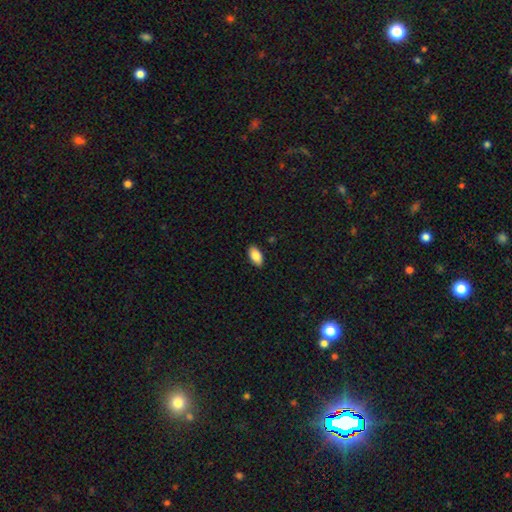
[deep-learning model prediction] Smooth or featured?
  - smooth: 86% *
  - star or artifact: 7%
  - featured or disk: 7%
How rounded?
  - in between: 94% *
  - cigar-shaped: 3%
  - round: 3%
Merging?
  - none: 89% *
  - minor disturbance: 8%
  - major disturbance: 2%
  - merger: 1%